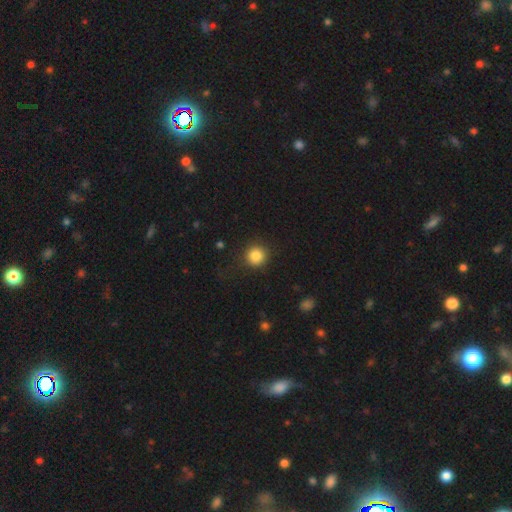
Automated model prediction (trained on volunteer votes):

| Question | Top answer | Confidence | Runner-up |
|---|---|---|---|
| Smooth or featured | smooth | 85% | star or artifact (10%) |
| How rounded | round | 93% | in between (6%) |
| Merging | none | 87% | minor disturbance (9%) |